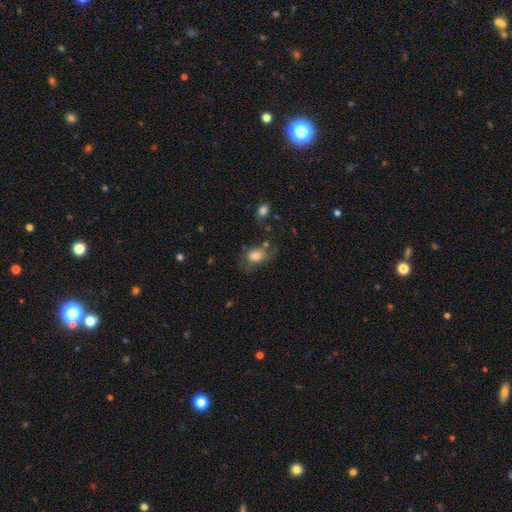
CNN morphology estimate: Q: Smooth or featured?
A: smooth (78%); runner-up: featured or disk (12%)
Q: How rounded?
A: in between (58%); runner-up: round (41%)
Q: Merging?
A: none (53%); runner-up: minor disturbance (24%)